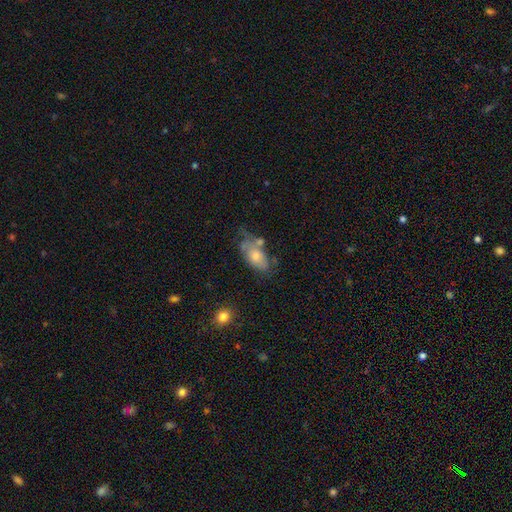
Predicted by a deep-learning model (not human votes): This is likely a smooth galaxy (62%). How rounded: clearly in between (90%). Merging: marginally none (38%).